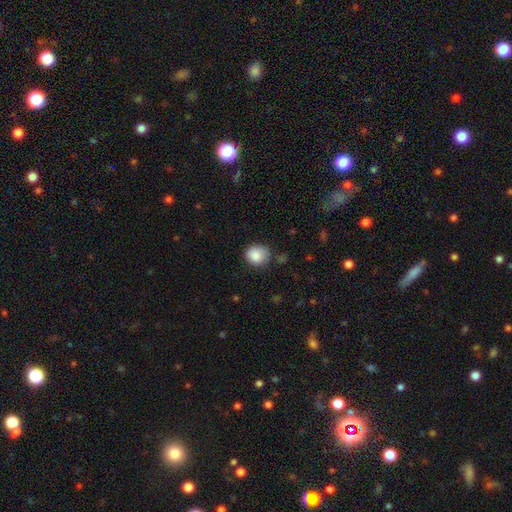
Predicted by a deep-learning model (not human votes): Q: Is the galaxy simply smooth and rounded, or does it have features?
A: smooth — 86%.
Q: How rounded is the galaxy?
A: round — 74%.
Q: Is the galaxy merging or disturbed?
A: none — 69%.